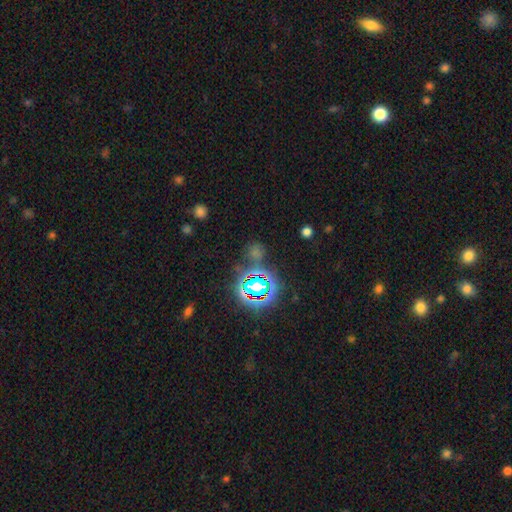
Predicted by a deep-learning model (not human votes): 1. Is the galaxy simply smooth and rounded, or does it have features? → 60% star or artifact, 32% smooth, 8% featured or disk.